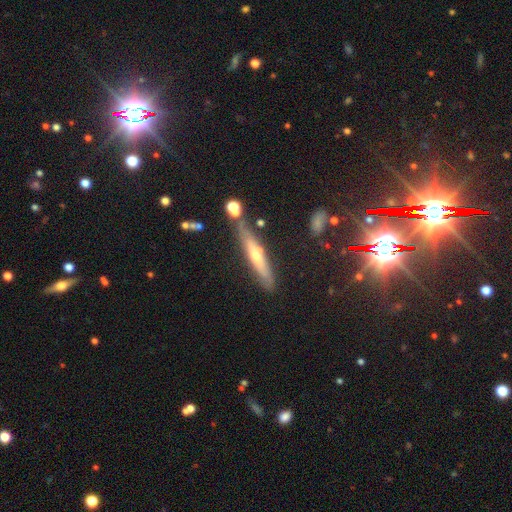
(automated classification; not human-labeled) A featured or disk galaxy (54%) viewed edge-on (84%). Merging: none (69%).